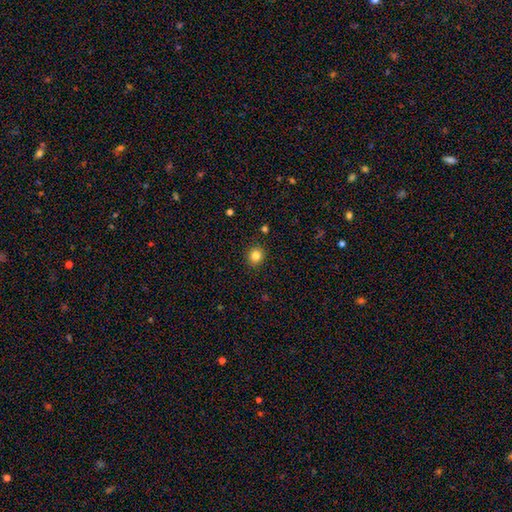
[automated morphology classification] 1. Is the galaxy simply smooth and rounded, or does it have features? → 83% smooth, 12% star or artifact, 5% featured or disk.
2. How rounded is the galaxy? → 87% round, 12% in between, 1% cigar-shaped.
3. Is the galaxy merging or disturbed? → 90% none, 6% minor disturbance, 2% major disturbance, 1% merger.